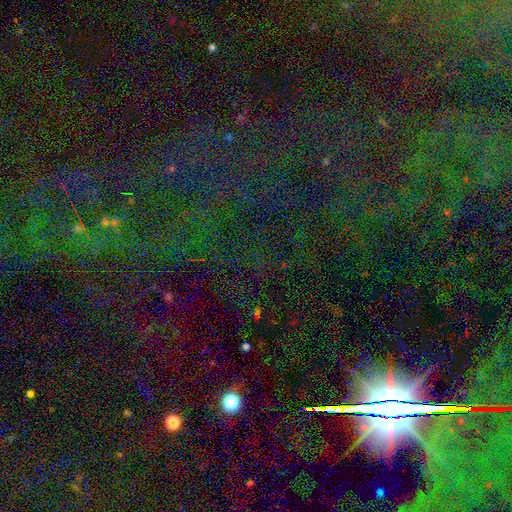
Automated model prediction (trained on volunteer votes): Smooth or featured: star or artifact — 80% (smooth — 11%)